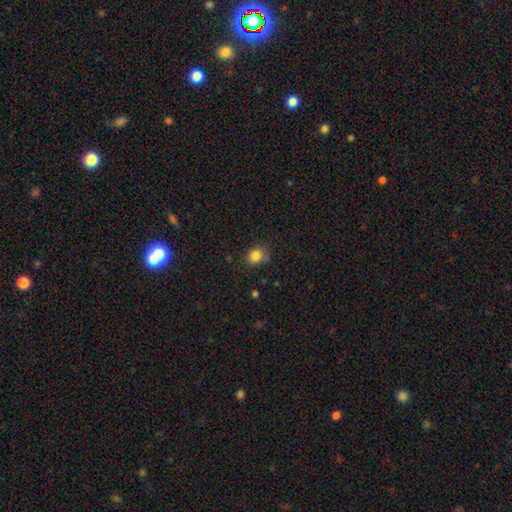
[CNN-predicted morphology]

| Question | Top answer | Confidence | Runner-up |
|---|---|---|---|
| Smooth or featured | smooth | 84% | star or artifact (11%) |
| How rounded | round | 71% | in between (28%) |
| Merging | none | 74% | minor disturbance (19%) |